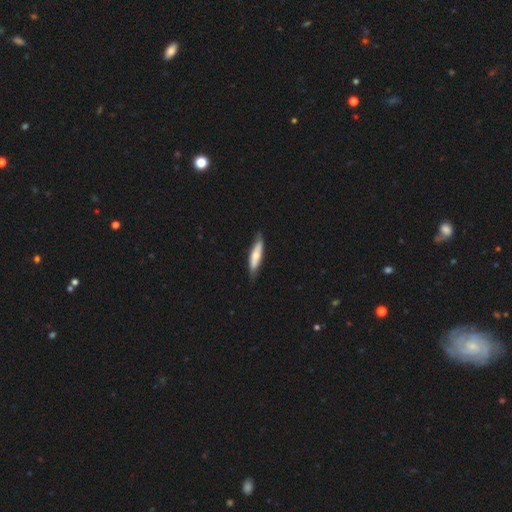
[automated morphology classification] Smooth or featured?
  - smooth: 59% *
  - featured or disk: 36%
  - star or artifact: 5%
How rounded?
  - cigar-shaped: 75% *
  - in between: 23%
  - round: 2%
Merging?
  - none: 79% *
  - minor disturbance: 17%
  - major disturbance: 3%
  - merger: 1%